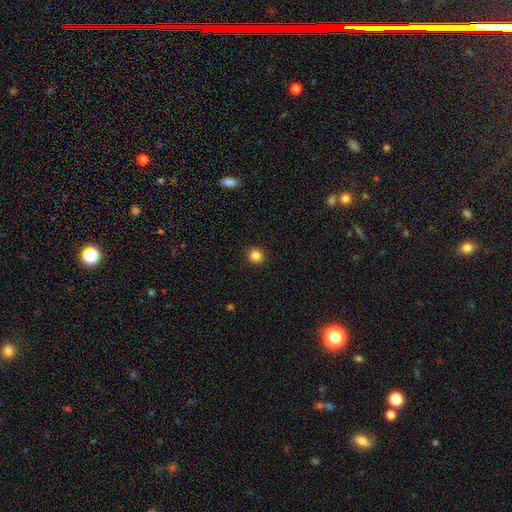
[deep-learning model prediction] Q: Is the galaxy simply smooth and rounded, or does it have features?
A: smooth — 85%.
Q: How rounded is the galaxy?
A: round — 92%.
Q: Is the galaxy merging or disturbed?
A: none — 93%.